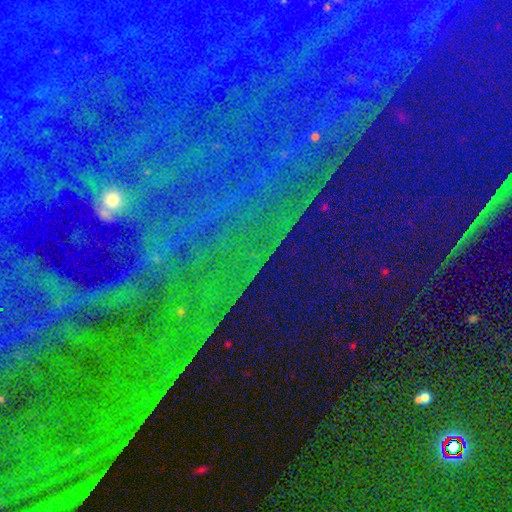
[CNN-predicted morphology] Smooth or featured? star or artifact (84%)